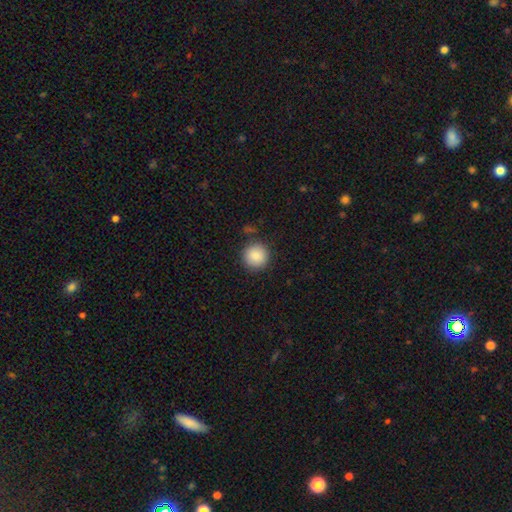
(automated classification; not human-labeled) Smooth or featured? smooth (88%)
How rounded? round (95%)
Merging? none (87%)